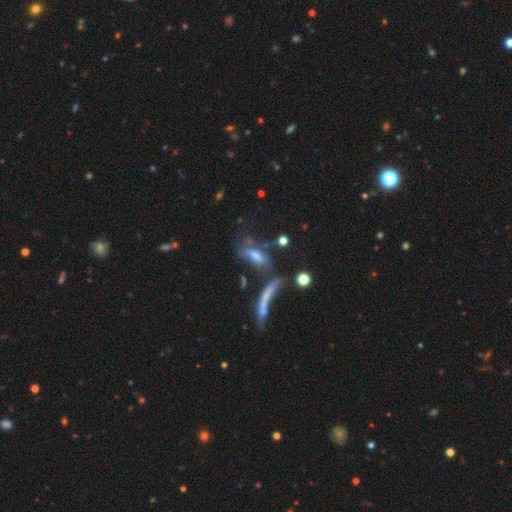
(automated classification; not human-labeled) A featured or disk galaxy (44%). Merging: merger (34%).